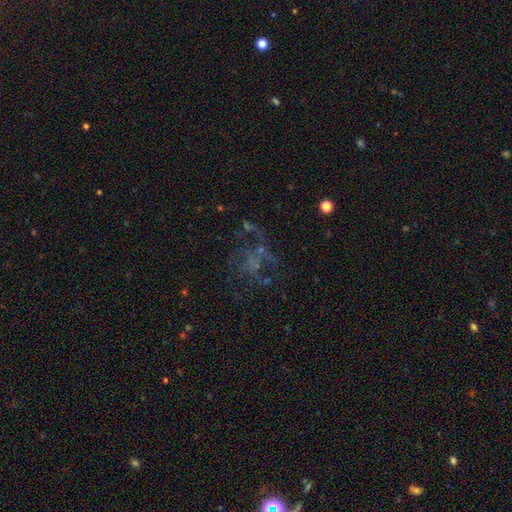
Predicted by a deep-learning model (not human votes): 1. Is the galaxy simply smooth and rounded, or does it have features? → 47% featured or disk, 33% star or artifact, 20% smooth.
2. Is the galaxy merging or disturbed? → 48% none, 31% major disturbance, 14% minor disturbance, 8% merger.